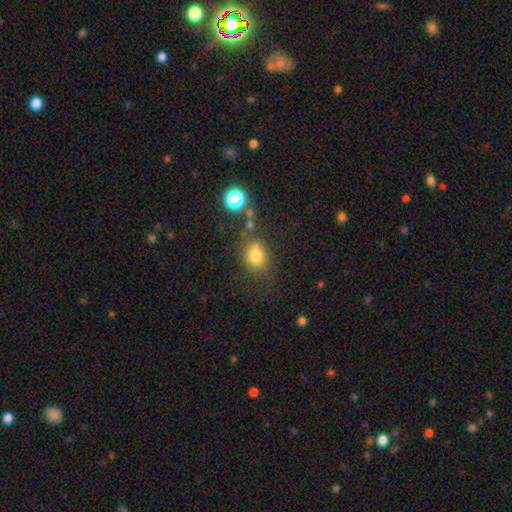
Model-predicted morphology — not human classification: Q: Smooth or featured?
A: smooth (74%); runner-up: star or artifact (15%)
Q: How rounded?
A: round (54%); runner-up: in between (45%)
Q: Merging?
A: none (57%); runner-up: merger (18%)